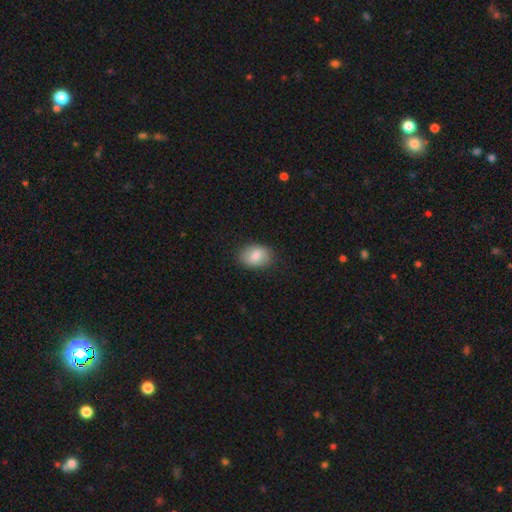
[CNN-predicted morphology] A smooth galaxy with no disk features (83%) that is in between round and cigar-shaped (81%). Merging: none (83%).